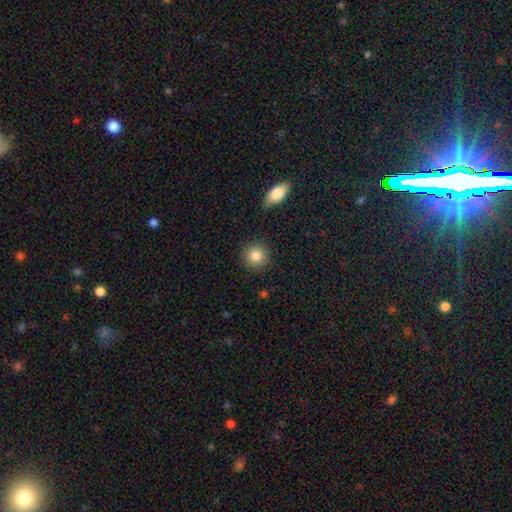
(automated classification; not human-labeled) Smooth or featured?
  - smooth: 84% *
  - star or artifact: 9%
  - featured or disk: 7%
How rounded?
  - round: 92% *
  - in between: 6%
  - cigar-shaped: 1%
Merging?
  - none: 89% *
  - minor disturbance: 7%
  - major disturbance: 2%
  - merger: 2%